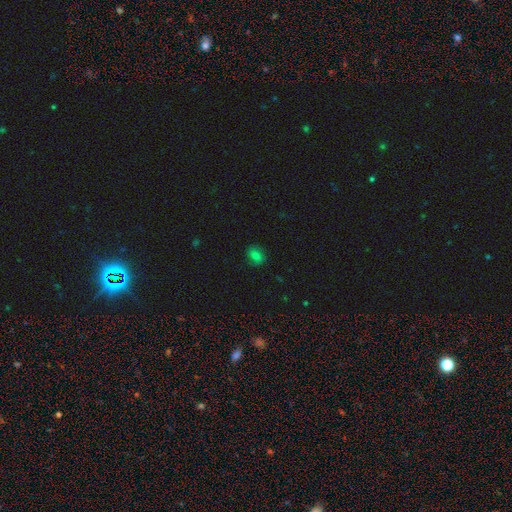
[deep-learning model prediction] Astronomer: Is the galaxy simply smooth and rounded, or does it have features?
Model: smooth — 68%.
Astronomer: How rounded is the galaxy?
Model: round — 53% (runner-up: in between, 46%).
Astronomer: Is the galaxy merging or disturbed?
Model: none — 81%.